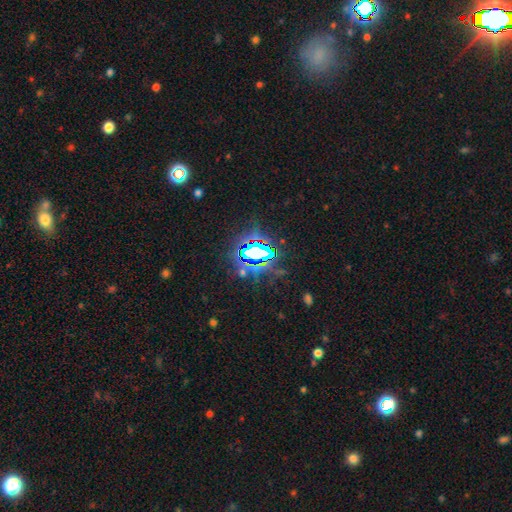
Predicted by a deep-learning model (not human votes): star or artifact 77%, smooth 13%, featured or disk 11%.